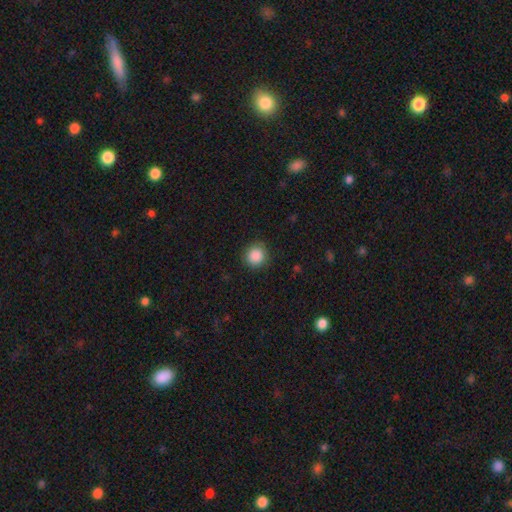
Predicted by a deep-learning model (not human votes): Smooth or featured? Predicted: smooth (p=0.88). How rounded? Predicted: round (p=0.92). Merging? Predicted: none (p=0.89).